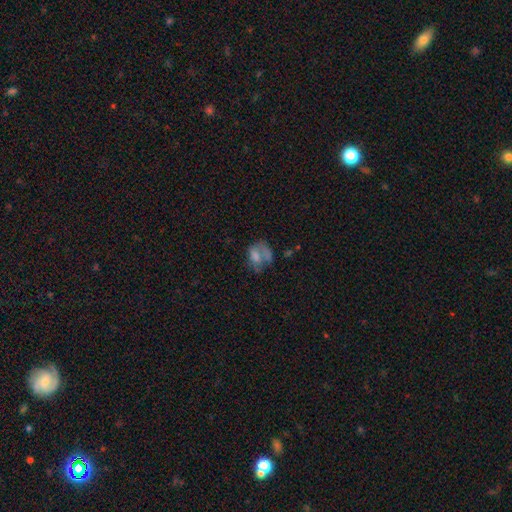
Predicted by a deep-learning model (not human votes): smooth_or_featured: smooth (p=0.53) [alt: featured or disk p=0.33]
how_rounded: in between (p=0.67) [alt: round p=0.31]
merging: none (p=0.34) [alt: major disturbance p=0.30]